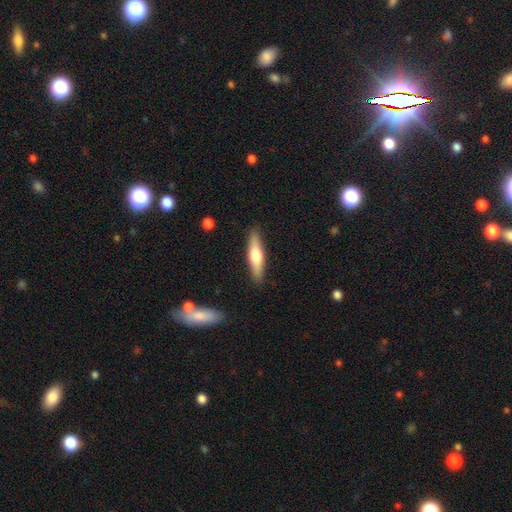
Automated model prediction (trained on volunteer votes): Smooth or featured: smooth — 52% (featured or disk — 43%)
How rounded: cigar-shaped — 79% (in between — 20%)
Merging: none — 89% (minor disturbance — 8%)